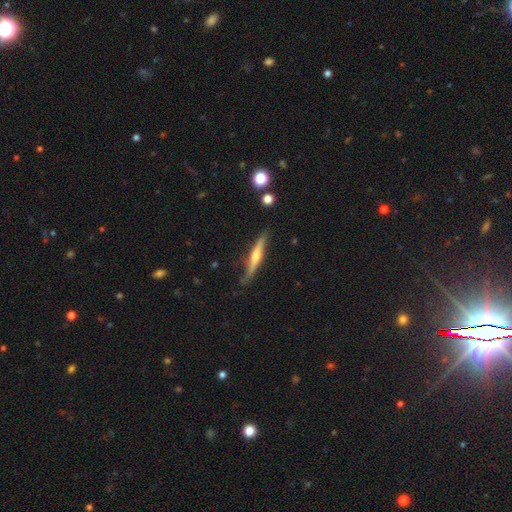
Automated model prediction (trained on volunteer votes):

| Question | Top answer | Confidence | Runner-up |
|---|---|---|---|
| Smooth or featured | featured or disk | 67% | smooth (27%) |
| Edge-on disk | yes | 94% | no (6%) |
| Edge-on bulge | rounded | 83% | none (12%) |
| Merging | none | 77% | minor disturbance (18%) |